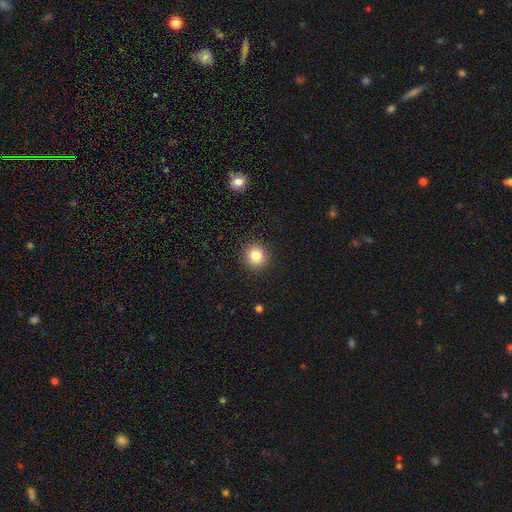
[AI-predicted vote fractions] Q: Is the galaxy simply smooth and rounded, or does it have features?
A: smooth — 83%.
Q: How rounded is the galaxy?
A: round — 92%.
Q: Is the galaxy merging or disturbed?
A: none — 91%.